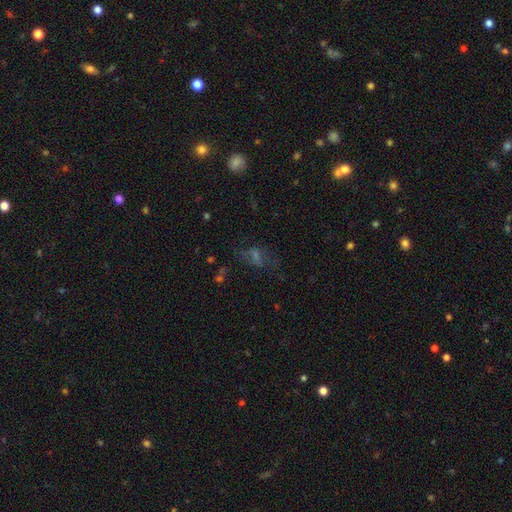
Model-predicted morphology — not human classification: smooth 38%, star or artifact 35%, featured or disk 28%. Down the decision tree: merging — none (55%).